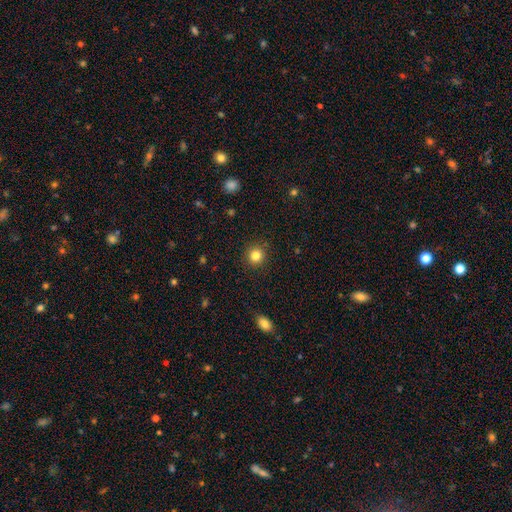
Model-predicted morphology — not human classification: Q: Smooth or featured?
A: smooth (83%); runner-up: star or artifact (12%)
Q: How rounded?
A: round (93%); runner-up: in between (6%)
Q: Merging?
A: none (91%); runner-up: minor disturbance (6%)